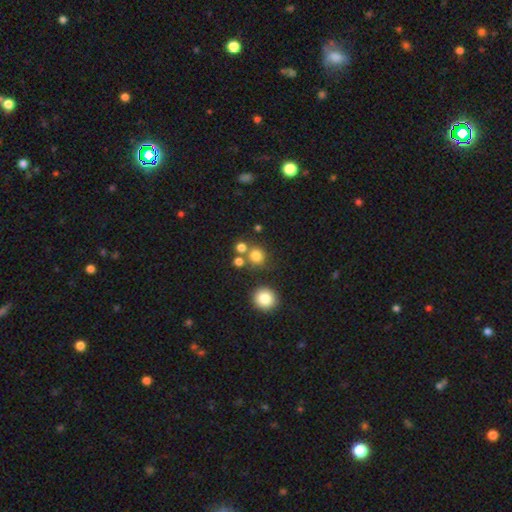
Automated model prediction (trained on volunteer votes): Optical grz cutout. It shows a smooth galaxy with no disk features (78%) that is round (88%). Merging: none (69%).